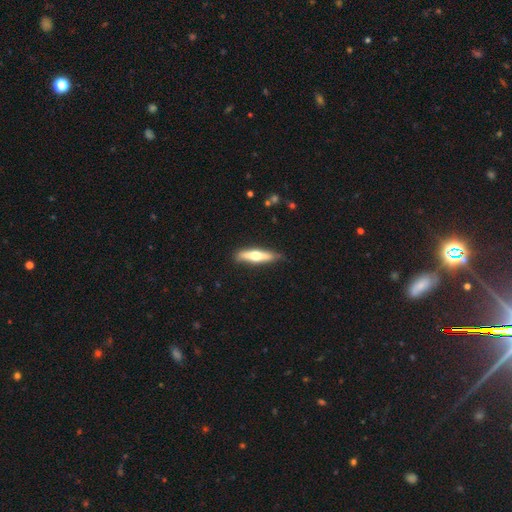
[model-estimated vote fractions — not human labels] Smooth or featured: featured or disk — 50% (smooth — 45%)
Merging: none — 83% (minor disturbance — 13%)